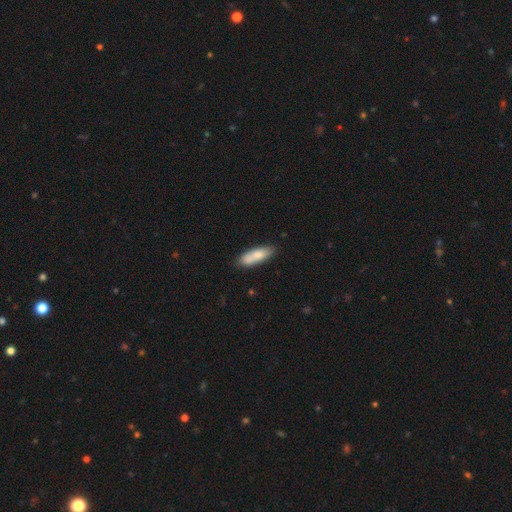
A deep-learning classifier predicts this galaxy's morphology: Smooth or featured?
  - smooth: 79% *
  - featured or disk: 15%
  - star or artifact: 6%
How rounded?
  - in between: 60% *
  - cigar-shaped: 38%
  - round: 2%
Merging?
  - none: 74% *
  - minor disturbance: 17%
  - merger: 6%
  - major disturbance: 3%